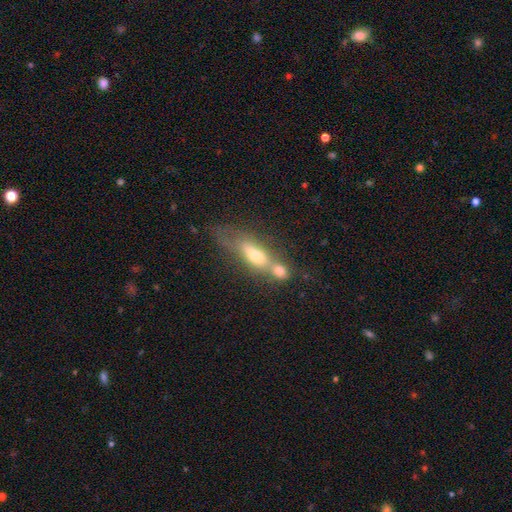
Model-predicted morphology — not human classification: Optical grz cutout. It shows a smooth galaxy with no disk features (54%) that is in between round and cigar-shaped (51%). Merging: merger (60%).